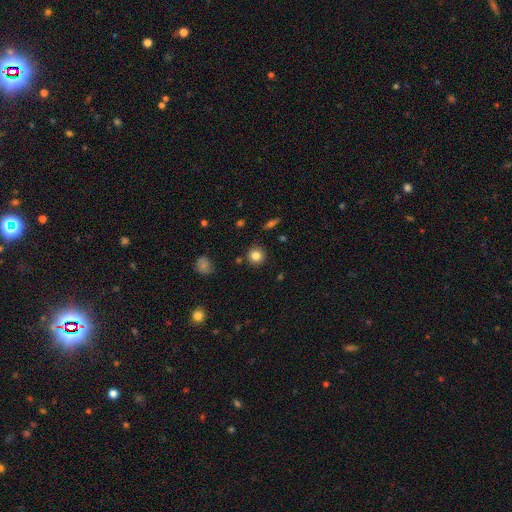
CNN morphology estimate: The model was most divided on "smooth or featured": smooth: 83%, star or artifact: 11%, featured or disk: 6%. More confident: how rounded — round (92%); merging — none (87%).